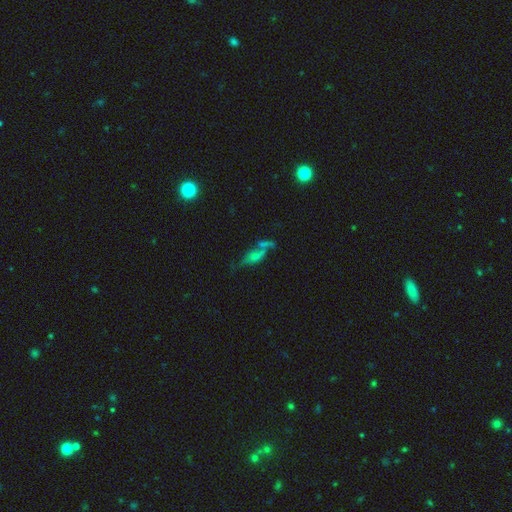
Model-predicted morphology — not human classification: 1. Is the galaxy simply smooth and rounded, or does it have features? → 47% smooth, 36% featured or disk, 17% star or artifact.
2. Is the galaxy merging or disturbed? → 38% merger, 27% none, 19% major disturbance, 16% minor disturbance.